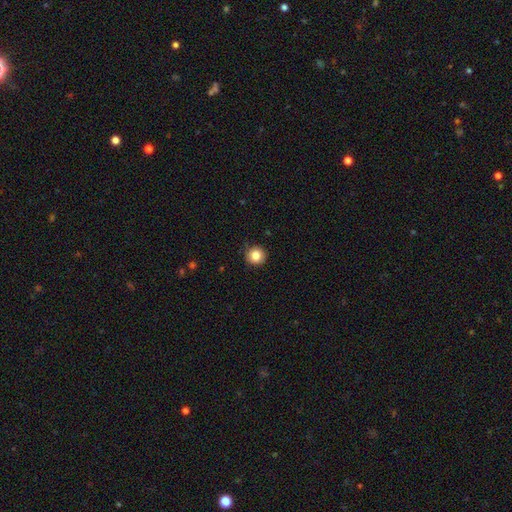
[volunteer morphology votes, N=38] Volunteers were most divided on "merging": none: 83%, minor disturbance: 17%, major disturbance: 0%, merger: 0%. More confident: how rounded — round (100%); smooth or featured — smooth (87%).